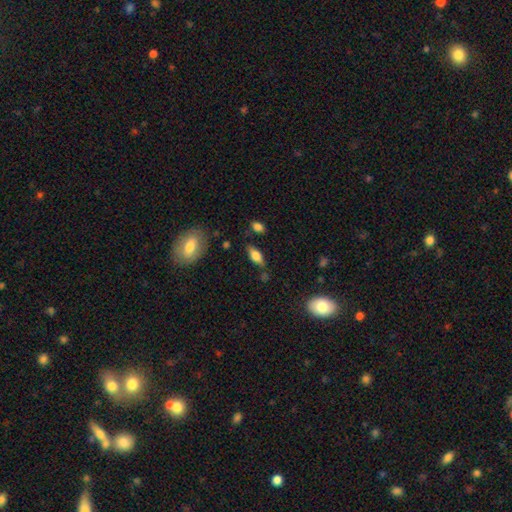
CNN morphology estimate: Smooth or featured: smooth — 68% (featured or disk — 24%)
How rounded: in between — 77% (cigar-shaped — 18%)
Merging: none — 73% (minor disturbance — 18%)